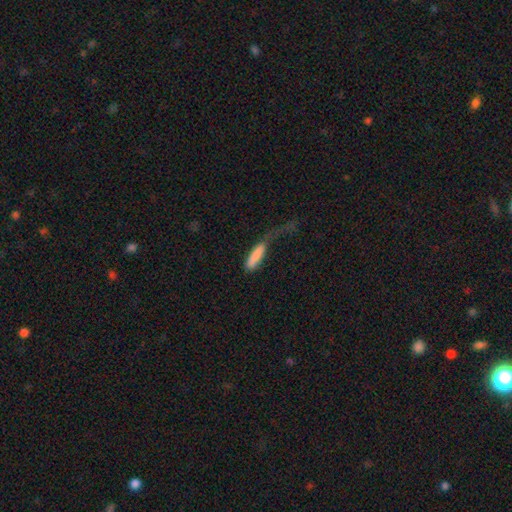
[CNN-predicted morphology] This is clearly a smooth galaxy (82%). How rounded: likely cigar-shaped (64%). Merging: marginally major disturbance (43%).